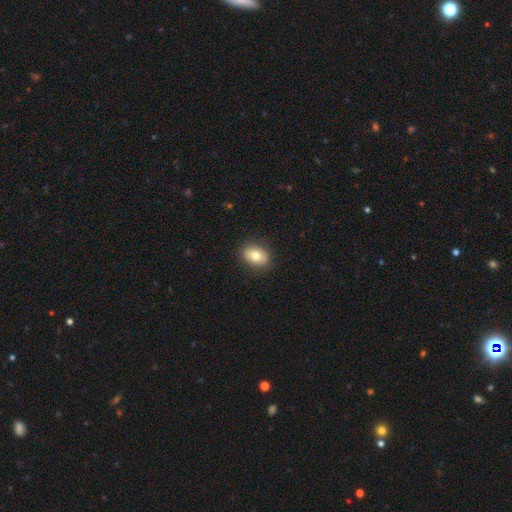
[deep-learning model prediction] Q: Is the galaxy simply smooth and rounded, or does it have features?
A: smooth — 76%.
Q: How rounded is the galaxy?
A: in between — 74%.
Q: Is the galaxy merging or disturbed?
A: none — 88%.